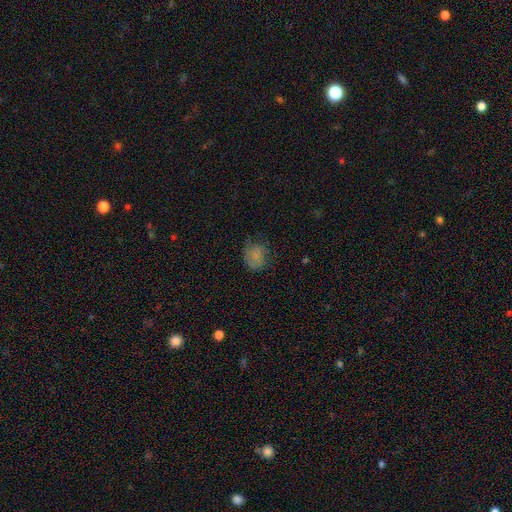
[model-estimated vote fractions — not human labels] A smooth galaxy with no disk features (64%) that is round (56%). Merging: none (54%).